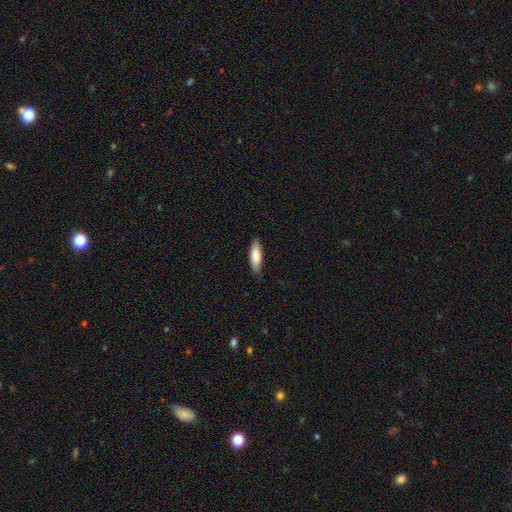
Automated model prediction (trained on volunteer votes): Smooth or featured: smooth — 84% (featured or disk — 11%)
How rounded: cigar-shaped — 52% (in between — 46%)
Merging: none — 86% (minor disturbance — 11%)